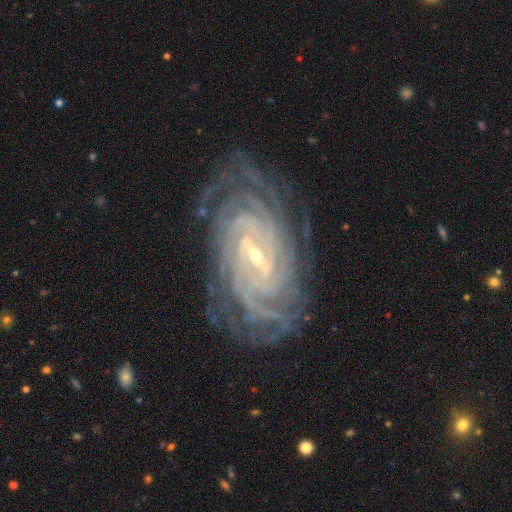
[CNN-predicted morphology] A featured or disk galaxy (92%) with a strong bar (45%), more than 4 (32%) tight (84%) spiral arms (99%) and a small central bulge (72%). Merging: none (81%).